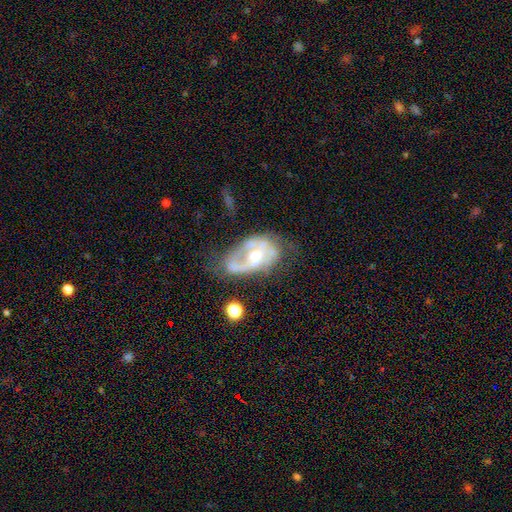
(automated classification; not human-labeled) smooth_or_featured: featured or disk (p=0.73) [alt: smooth p=0.20]
disk_edge_on: no (p=0.95) [alt: yes p=0.05]
bar: no (p=0.67) [alt: weak p=0.25]
has_spiral_arms: yes (p=0.60) [alt: no p=0.40]
bulge_size: moderate (p=0.55) [alt: small p=0.38]
merging: none (p=0.35) [alt: major disturbance p=0.30]